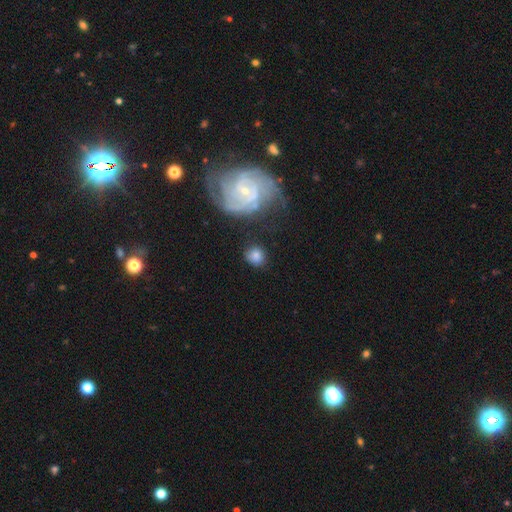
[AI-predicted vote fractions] Smooth or featured?
  - smooth: 70% *
  - featured or disk: 21%
  - star or artifact: 10%
How rounded?
  - round: 77% *
  - in between: 22%
  - cigar-shaped: 1%
Merging?
  - none: 75% *
  - minor disturbance: 14%
  - major disturbance: 6%
  - merger: 5%